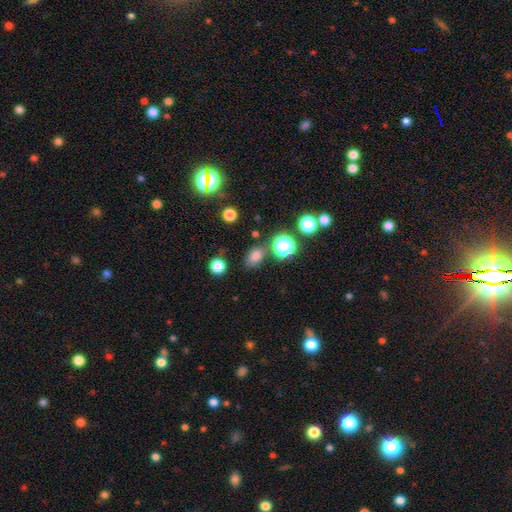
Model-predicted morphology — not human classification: Q: Smooth or featured?
A: smooth (75%); runner-up: star or artifact (19%)
Q: How rounded?
A: in between (67%); runner-up: round (31%)
Q: Merging?
A: none (74%); runner-up: minor disturbance (14%)